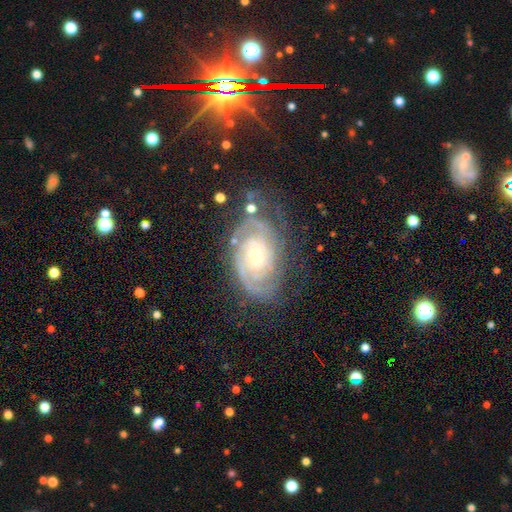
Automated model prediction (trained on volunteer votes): This is clearly a featured or disk galaxy (86%). It is clearly not viewed edge-on (96%). Bar: likely no (65%). Spiral arm pattern: clearly yes (97%). Spiral arm count: marginally 2 (44%). Spiral winding: likely tight (75%). Central bulge: possibly small (52%). Merging: likely none (70%).